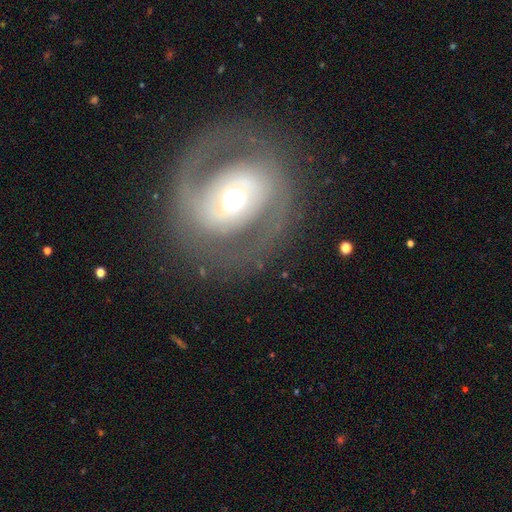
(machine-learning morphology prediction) type=featured or disk (82%); edge-on=no (97%); bar=no (40%); spiral arms=yes (87%); winding=medium (44%); arm count=2 (87%); bulge=moderate (59%); merging=none (81%).